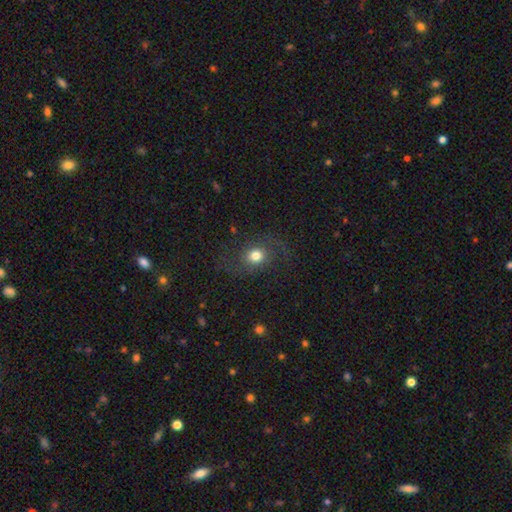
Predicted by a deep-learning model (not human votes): smooth_or_featured: smooth (p=0.54) [alt: featured or disk p=0.33]
how_rounded: round (p=0.61) [alt: in between p=0.37]
merging: none (p=0.69) [alt: minor disturbance p=0.16]